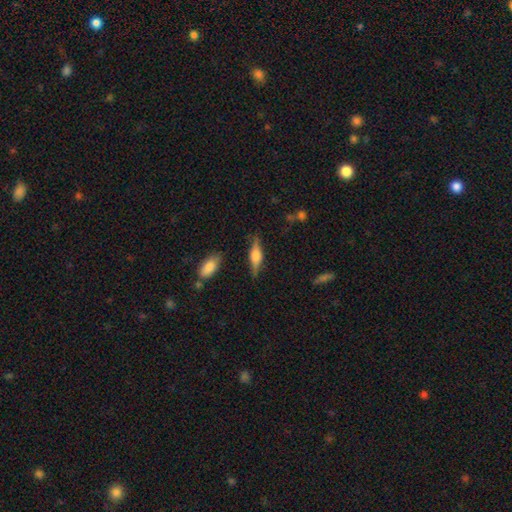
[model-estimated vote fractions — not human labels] Smooth or featured? Predicted: featured or disk (p=0.62). Edge-on disk? Predicted: yes (p=0.96). Edge-on bulge? Predicted: rounded (p=0.79). Merging? Predicted: none (p=0.81).